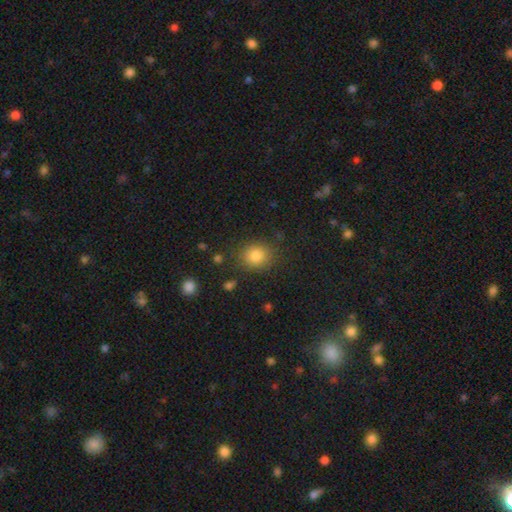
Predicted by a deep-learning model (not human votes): The model was most divided on "how rounded": round: 76%, in between: 23%, cigar-shaped: 1%. More confident: smooth or featured — smooth (84%); merging — none (82%).